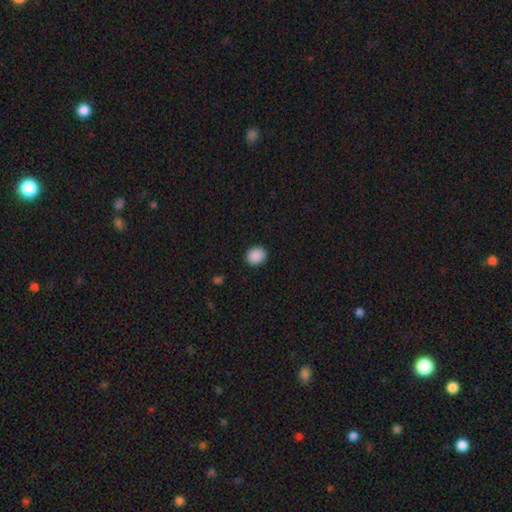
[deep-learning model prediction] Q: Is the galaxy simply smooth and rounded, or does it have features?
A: smooth — 89%.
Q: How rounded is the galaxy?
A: round — 71%.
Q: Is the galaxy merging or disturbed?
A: none — 91%.